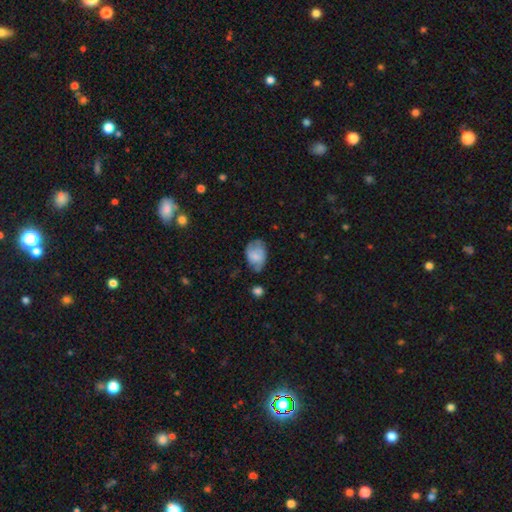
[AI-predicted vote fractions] The model was most divided on "merging": none: 48%, minor disturbance: 35%, major disturbance: 14%, merger: 3%. More confident: how rounded — in between (80%); smooth or featured — smooth (58%).